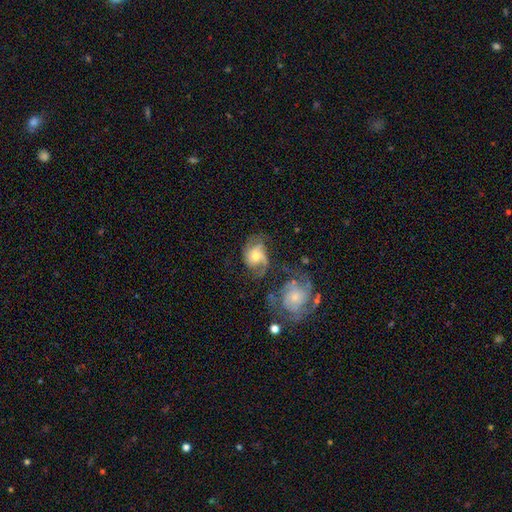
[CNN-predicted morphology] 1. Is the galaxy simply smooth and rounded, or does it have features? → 73% featured or disk, 20% smooth, 7% star or artifact.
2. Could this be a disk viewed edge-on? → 97% no, 3% yes.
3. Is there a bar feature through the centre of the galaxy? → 62% no, 32% weak, 7% strong.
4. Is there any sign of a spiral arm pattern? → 93% yes, 7% no.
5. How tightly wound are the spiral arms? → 47% medium, 30% tight, 23% loose.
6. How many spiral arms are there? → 51% 2, 20% 3, 16% can't tell, 7% 1, 3% 4, 3% more than 4.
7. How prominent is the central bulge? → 57% moderate, 32% small, 7% large, 2% none, 1% dominant.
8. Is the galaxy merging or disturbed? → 46% none, 22% minor disturbance, 22% major disturbance, 11% merger.